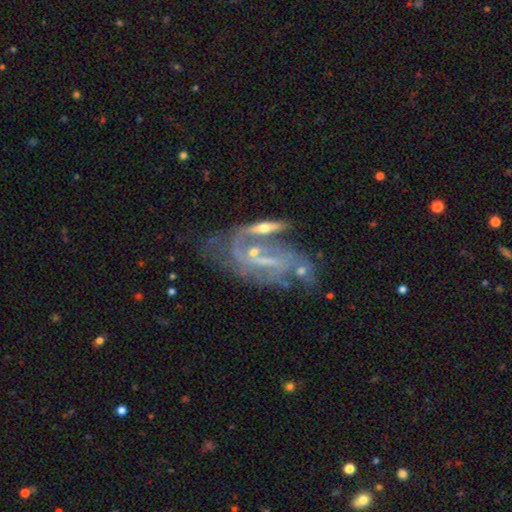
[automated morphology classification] The model was most divided on "bar": weak: 42%, no: 30%, strong: 28%. Remaining: edge-on disk — no (92%); spiral arms — yes (82%); smooth or featured — featured or disk (81%); bulge size — small (60%); spiral arm count — 2 (57%); spiral winding — medium (42%); merging — merger (40%).